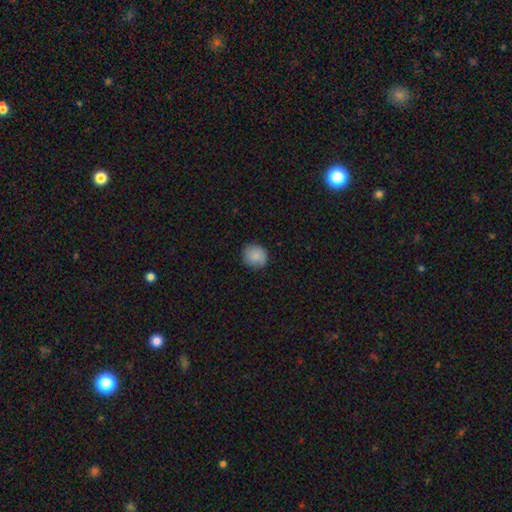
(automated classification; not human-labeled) Morphology: type=smooth (87%); roundness=round (88%); merging=none (86%).